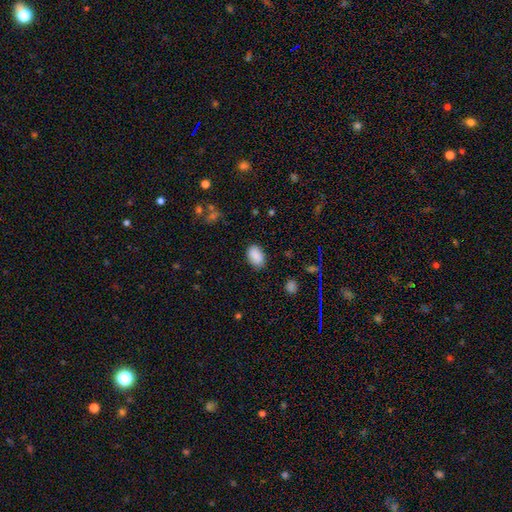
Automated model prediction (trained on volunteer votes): A smooth galaxy with no disk features (89%) that is in between round and cigar-shaped (88%).

Vote fractions:
- Smooth or featured? smooth: 89% / star or artifact: 8% / featured or disk: 3%
- How rounded? in between: 88% / round: 11% / cigar-shaped: 1%
- Merging? none: 85% / minor disturbance: 11% / major disturbance: 3% / merger: 1%